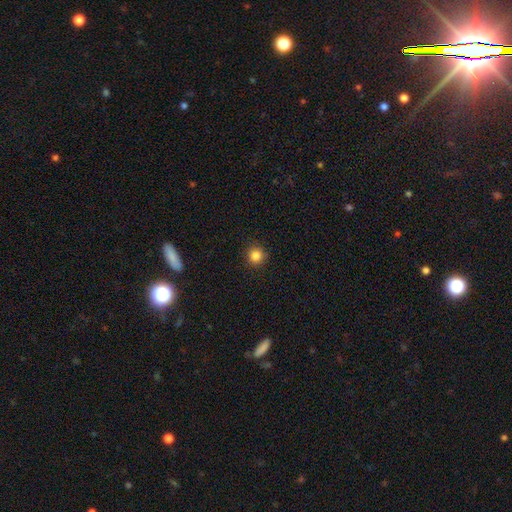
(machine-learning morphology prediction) type=smooth (85%); roundness=round (94%); merging=none (90%).